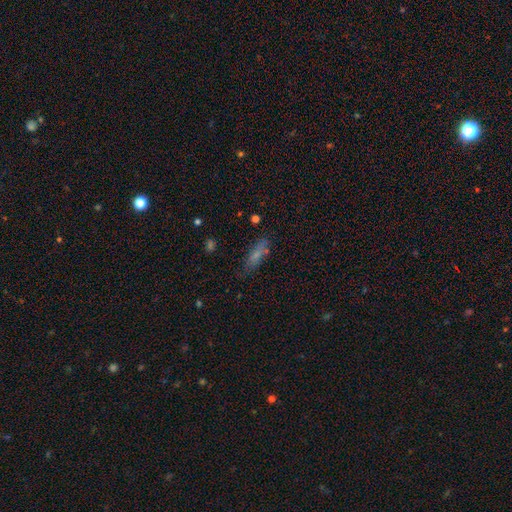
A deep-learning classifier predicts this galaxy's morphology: A smooth galaxy with no disk features (60%) that is cigar-shaped (59%). Merging: none (72%).